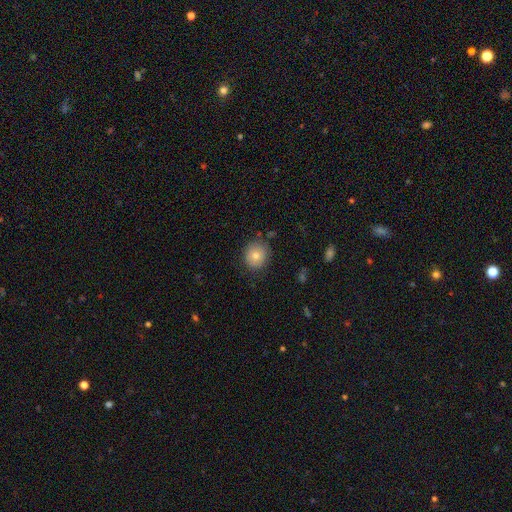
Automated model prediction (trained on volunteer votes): Q: Smooth or featured?
A: smooth (77%); runner-up: featured or disk (13%)
Q: How rounded?
A: round (83%); runner-up: in between (16%)
Q: Merging?
A: none (83%); runner-up: minor disturbance (13%)